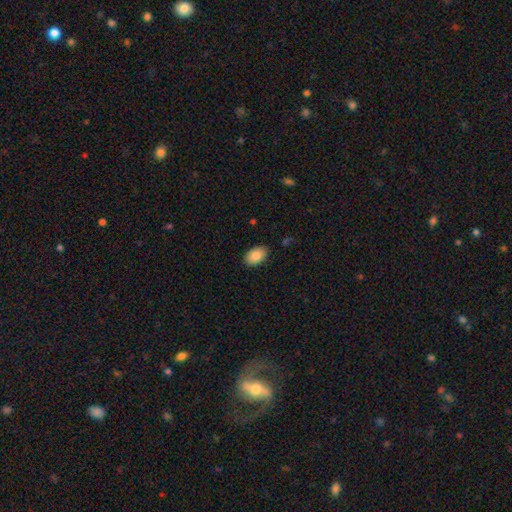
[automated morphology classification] This appears to be a smooth galaxy with no disk features (88%) that is in between round and cigar-shaped (91%). Merging: none (87%).